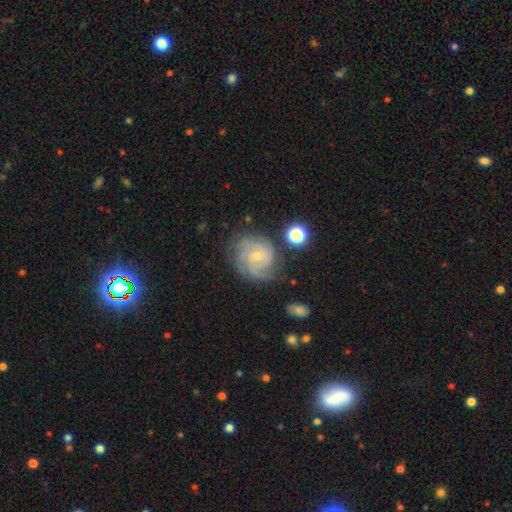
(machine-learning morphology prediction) Smooth or featured?
  - featured or disk: 79% *
  - smooth: 12%
  - star or artifact: 9%
Edge-on disk?
  - no: 97% *
  - yes: 3%
Bar?
  - no: 65% *
  - weak: 30%
  - strong: 5%
Spiral arms?
  - yes: 96% *
  - no: 4%
Spiral winding?
  - tight: 62% *
  - medium: 30%
  - loose: 7%
Spiral arm count?
  - 3: 30% *
  - can't tell: 27%
  - 2: 16%
  - 4: 15%
  - more than 4: 6%
  - 1: 6%
Bulge size?
  - small: 71% *
  - moderate: 24%
  - none: 2%
  - large: 1%
  - dominant: 1%
Merging?
  - none: 73% *
  - minor disturbance: 17%
  - major disturbance: 7%
  - merger: 3%